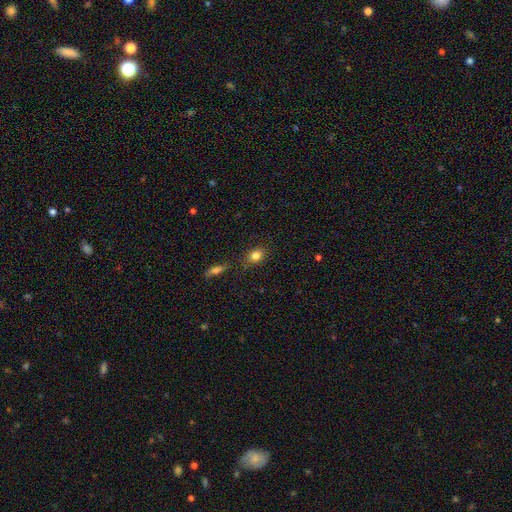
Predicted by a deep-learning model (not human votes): This is clearly a smooth galaxy (82%). How rounded: possibly in between (56%). Merging: clearly none (81%).